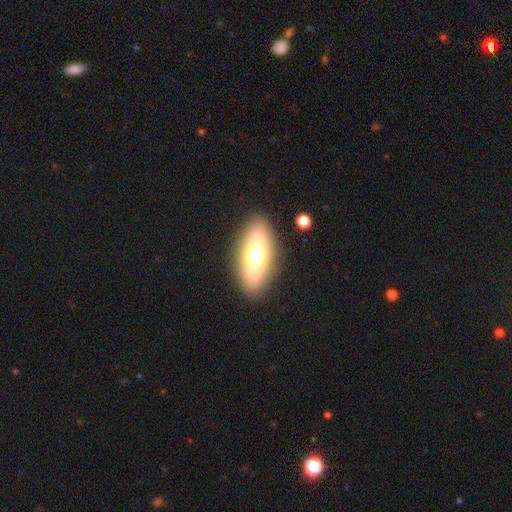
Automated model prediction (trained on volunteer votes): Smooth or featured? smooth (63%)
How rounded? in between (76%)
Merging? none (88%)